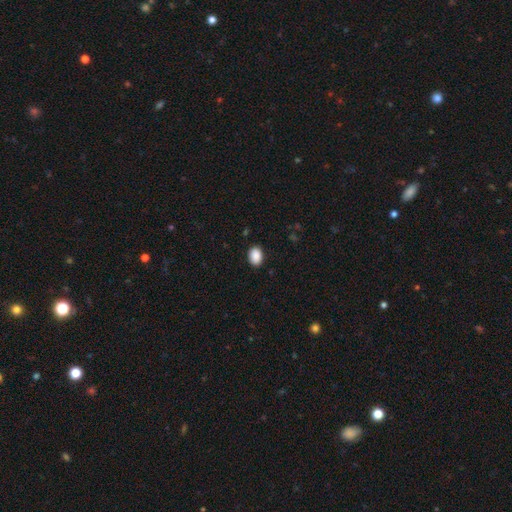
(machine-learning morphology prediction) Q: Smooth or featured?
A: smooth (90%); runner-up: star or artifact (7%)
Q: How rounded?
A: in between (81%); runner-up: round (18%)
Q: Merging?
A: none (89%); runner-up: minor disturbance (8%)